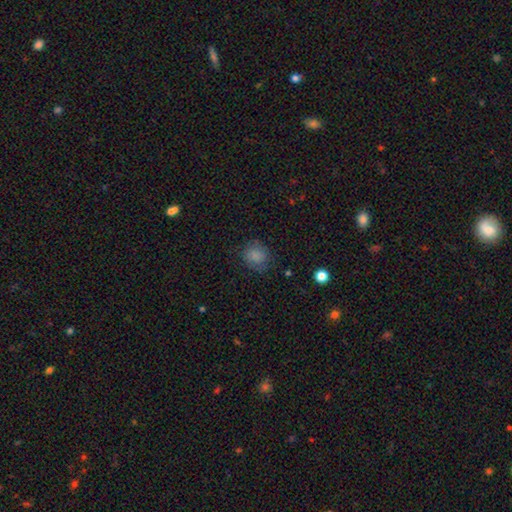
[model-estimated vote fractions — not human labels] The model was most divided on "how rounded": round: 75%, in between: 24%, cigar-shaped: 1%. More confident: smooth or featured — smooth (82%); merging — none (75%).